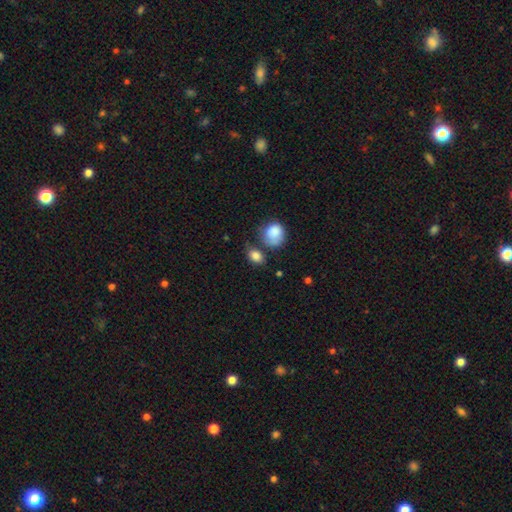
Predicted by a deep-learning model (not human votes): This is clearly a smooth galaxy (84%). How rounded: likely in between (65%). Merging: possibly none (52%).